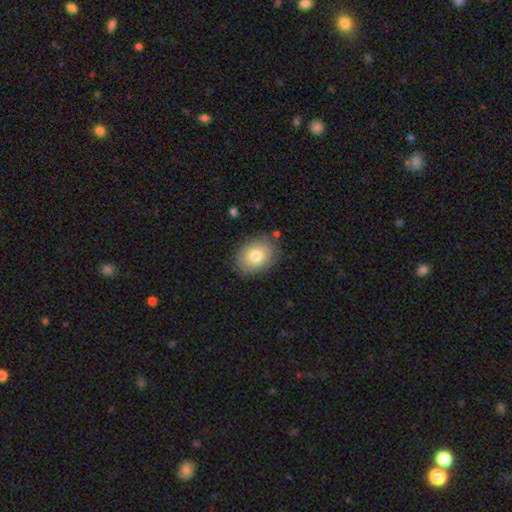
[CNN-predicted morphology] This is likely a smooth galaxy (78%). How rounded: likely in between (69%). Merging: clearly none (82%).